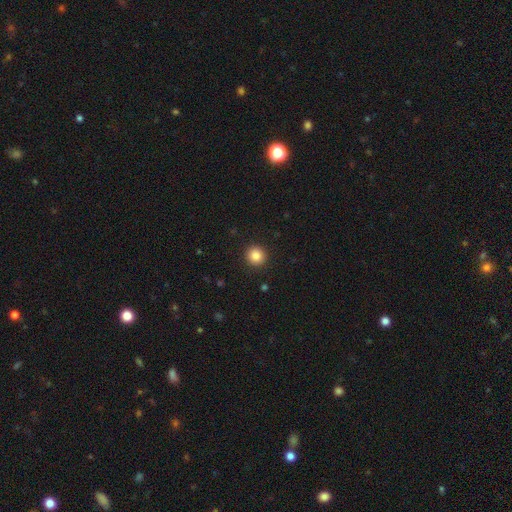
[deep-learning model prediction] This appears to be a smooth galaxy with no disk features (85%) that is round (93%). Merging: none (92%).